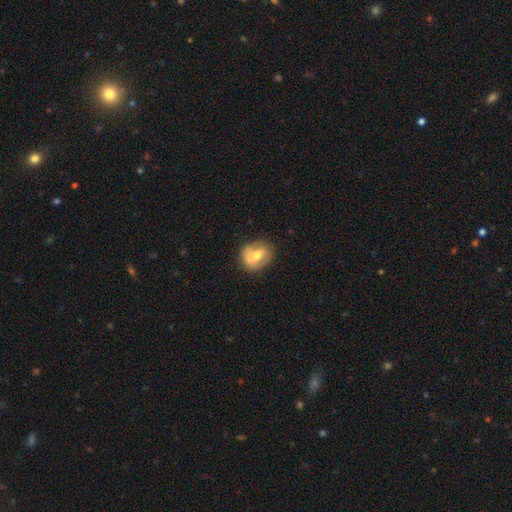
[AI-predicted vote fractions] Smooth or featured? Predicted: smooth (p=0.57). How rounded? Predicted: round (p=0.62). Merging? Predicted: none (p=0.65).